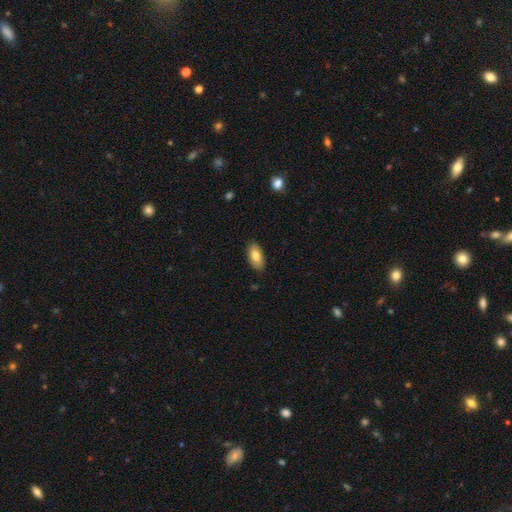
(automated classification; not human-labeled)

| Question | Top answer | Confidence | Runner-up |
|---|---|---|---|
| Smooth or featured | smooth | 80% | featured or disk (14%) |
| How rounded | in between | 93% | cigar-shaped (4%) |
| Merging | none | 87% | minor disturbance (10%) |